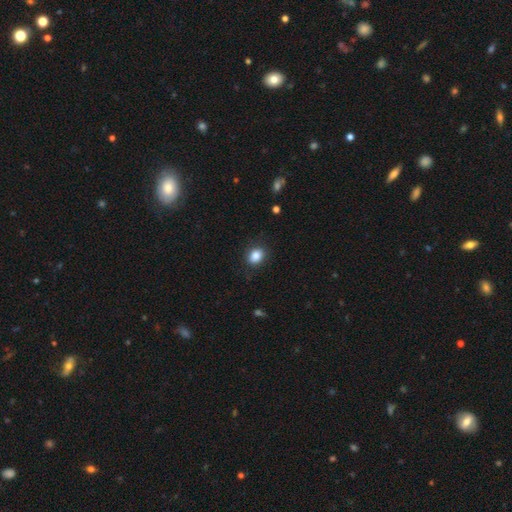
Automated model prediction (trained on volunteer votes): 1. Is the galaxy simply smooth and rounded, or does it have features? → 86% smooth, 9% star or artifact, 5% featured or disk.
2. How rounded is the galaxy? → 54% in between, 45% round, 1% cigar-shaped.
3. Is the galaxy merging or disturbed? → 85% none, 11% minor disturbance, 3% major disturbance, 1% merger.